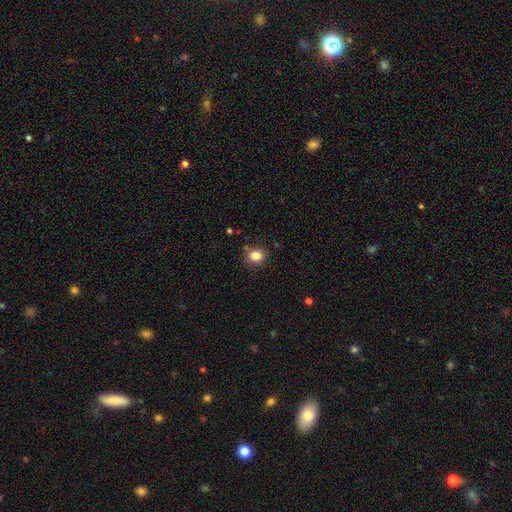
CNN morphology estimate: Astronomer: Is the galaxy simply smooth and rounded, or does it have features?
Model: smooth — 84%.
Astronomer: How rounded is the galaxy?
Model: round — 77%.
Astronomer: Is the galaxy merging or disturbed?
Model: none — 84%.